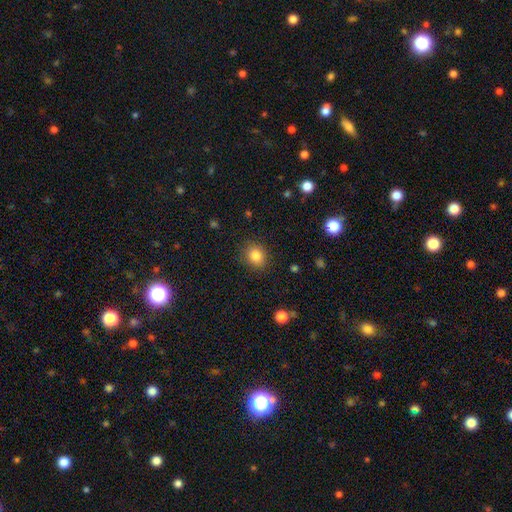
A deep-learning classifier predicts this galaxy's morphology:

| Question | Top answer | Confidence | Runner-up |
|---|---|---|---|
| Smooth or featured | smooth | 85% | star or artifact (10%) |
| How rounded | round | 60% | in between (39%) |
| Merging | none | 85% | minor disturbance (10%) |